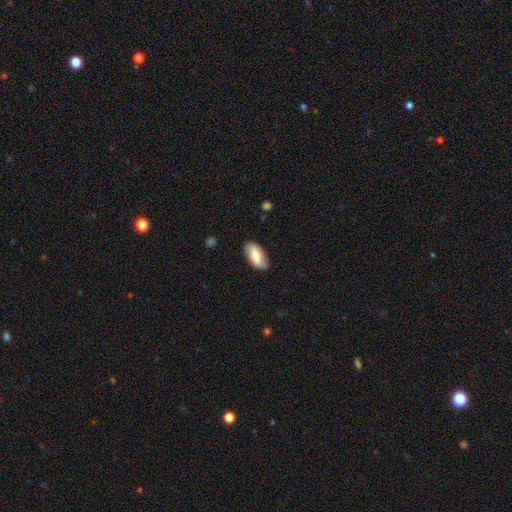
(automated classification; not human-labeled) The model was most divided on "smooth or featured": smooth: 72%, featured or disk: 23%, star or artifact: 6%. More confident: how rounded — in between (92%); merging — none (85%).